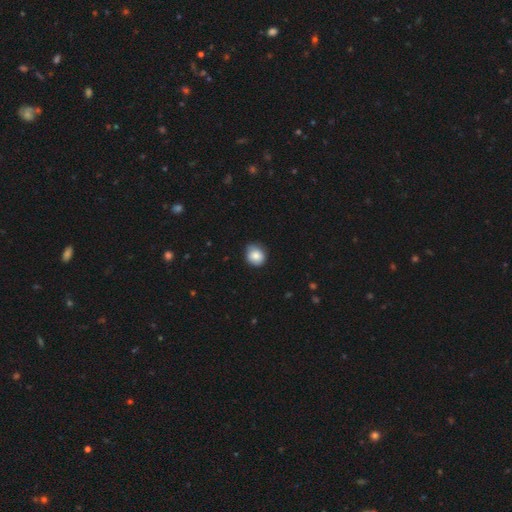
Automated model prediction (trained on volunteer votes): This is clearly a smooth galaxy (84%). How rounded: likely round (77%). Merging: likely none (76%).